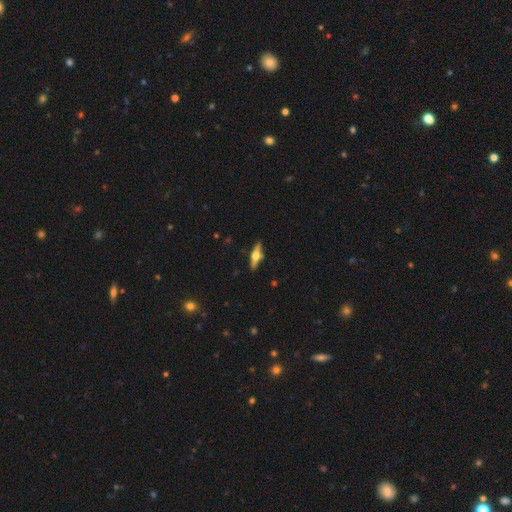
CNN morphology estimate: A featured or disk galaxy (70%) viewed edge-on (96%) with a rounded central bulge (94%). Merging: none (88%).